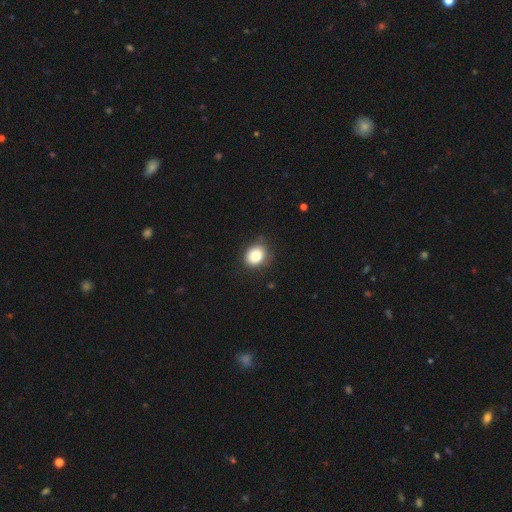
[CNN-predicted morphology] Smooth or featured? smooth (85%)
How rounded? round (63%)
Merging? none (75%)